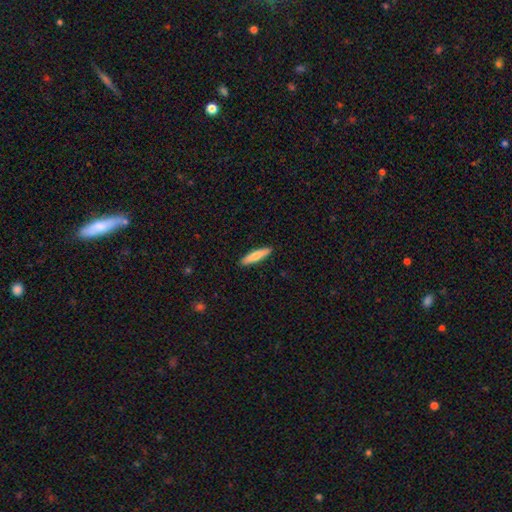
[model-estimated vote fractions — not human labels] Smooth or featured? Predicted: smooth (p=0.71). How rounded? Predicted: cigar-shaped (p=0.83). Merging? Predicted: none (p=0.91).